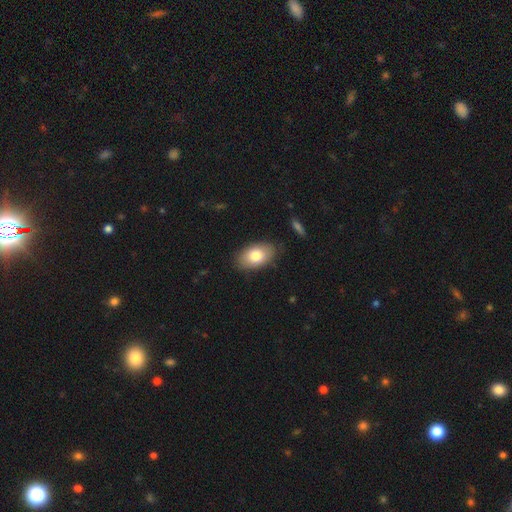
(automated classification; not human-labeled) Smooth or featured?
  - smooth: 78% *
  - featured or disk: 16%
  - star or artifact: 7%
How rounded?
  - in between: 91% *
  - round: 7%
  - cigar-shaped: 1%
Merging?
  - none: 84% *
  - minor disturbance: 12%
  - major disturbance: 3%
  - merger: 1%